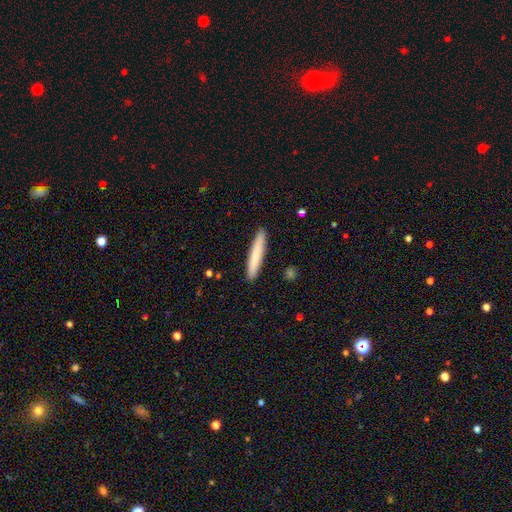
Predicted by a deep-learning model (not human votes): A smooth galaxy with no disk features (79%) that is cigar-shaped (94%).

Vote fractions:
- Smooth or featured? smooth: 79% / featured or disk: 16% / star or artifact: 5%
- How rounded? cigar-shaped: 94% / in between: 5% / round: 1%
- Merging? none: 91% / minor disturbance: 6% / major disturbance: 1% / merger: 1%